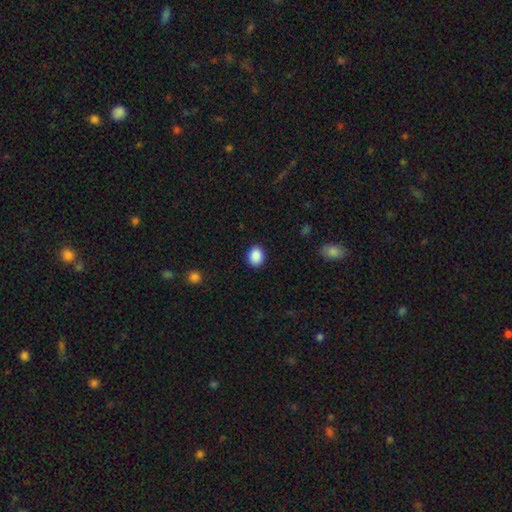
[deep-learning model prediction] Smooth or featured?
  - smooth: 89% *
  - star or artifact: 8%
  - featured or disk: 3%
How rounded?
  - round: 55% *
  - in between: 44%
  - cigar-shaped: 1%
Merging?
  - none: 89% *
  - minor disturbance: 8%
  - major disturbance: 2%
  - merger: 1%